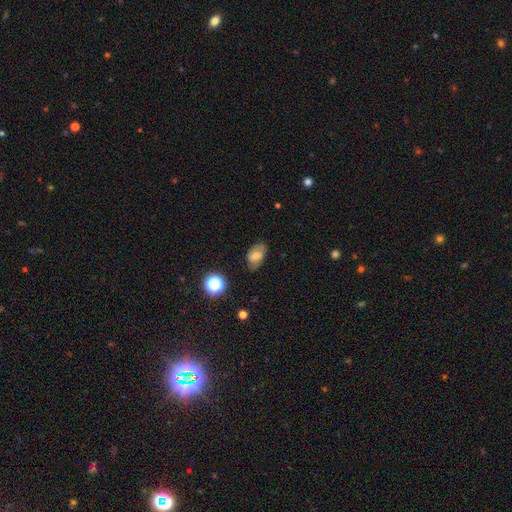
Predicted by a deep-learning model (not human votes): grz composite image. It shows a smooth galaxy with no disk features (70%) that is in between round and cigar-shaped (88%). Merging: none (71%).